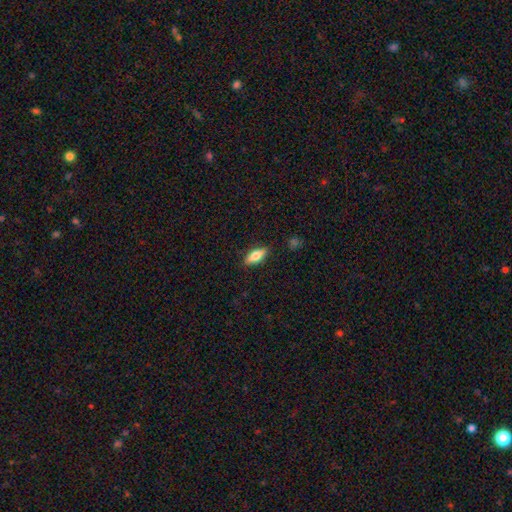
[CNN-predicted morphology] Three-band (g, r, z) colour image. It shows a smooth galaxy with no disk features (65%) that is in between round and cigar-shaped (69%). Merging: none (86%).